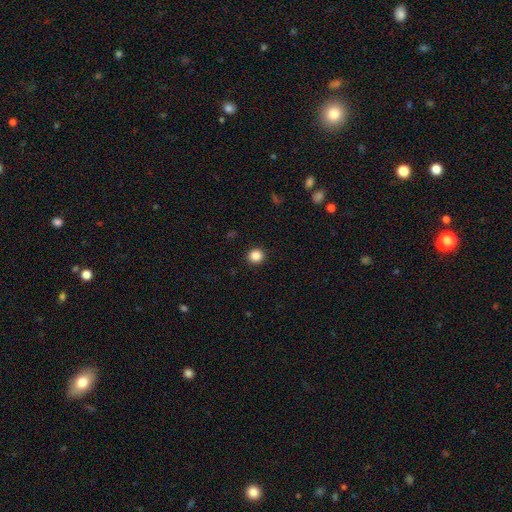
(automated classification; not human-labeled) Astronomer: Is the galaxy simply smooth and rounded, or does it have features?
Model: smooth — 87%.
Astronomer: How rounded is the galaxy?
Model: round — 90%.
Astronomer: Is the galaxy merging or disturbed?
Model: none — 92%.